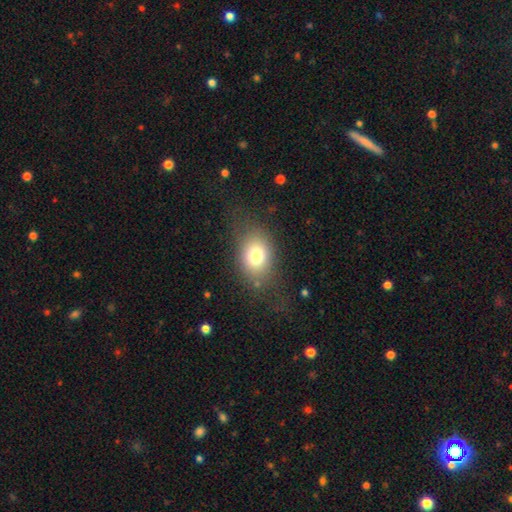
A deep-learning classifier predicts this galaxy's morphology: Smooth or featured?
  - smooth: 75% *
  - featured or disk: 14%
  - star or artifact: 11%
How rounded?
  - in between: 69% *
  - round: 30%
  - cigar-shaped: 1%
Merging?
  - none: 70% *
  - minor disturbance: 17%
  - major disturbance: 11%
  - merger: 2%